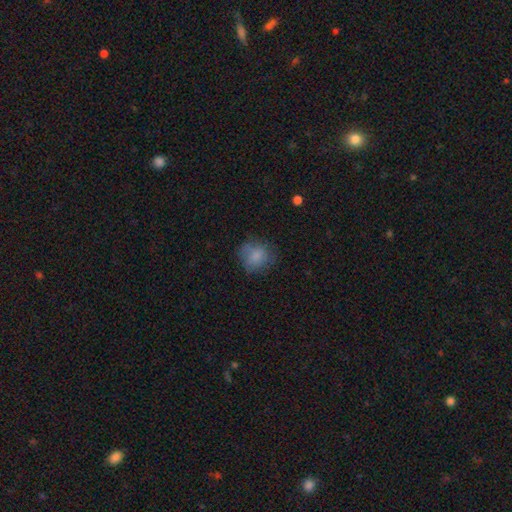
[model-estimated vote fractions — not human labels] Morphology: type=smooth (76%); roundness=round (77%); merging=none (63%).